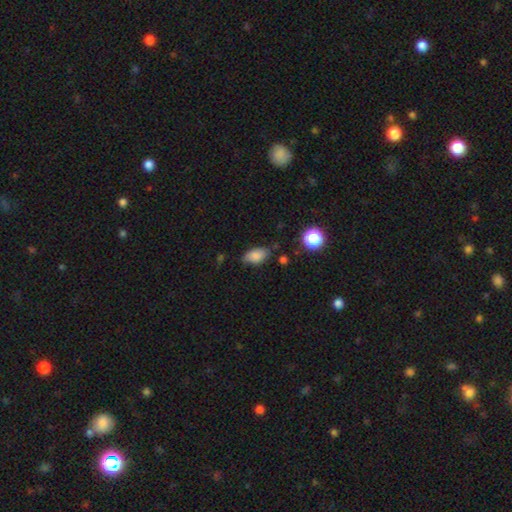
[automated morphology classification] This is clearly a smooth galaxy (83%). How rounded: clearly in between (89%). Merging: likely none (69%).